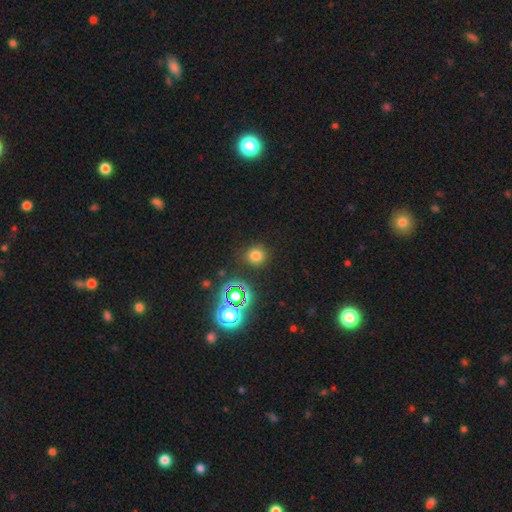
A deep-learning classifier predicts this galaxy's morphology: smooth_or_featured: smooth (p=0.71) [alt: star or artifact p=0.23]
how_rounded: round (p=0.89) [alt: in between p=0.10]
merging: none (p=0.86) [alt: minor disturbance p=0.08]